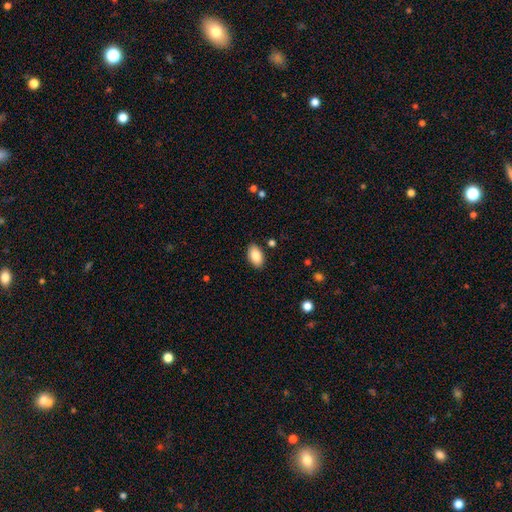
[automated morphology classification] smooth_or_featured: smooth (p=0.86) [alt: featured or disk p=0.07]
how_rounded: in between (p=0.94) [alt: round p=0.05]
merging: none (p=0.87) [alt: minor disturbance p=0.09]